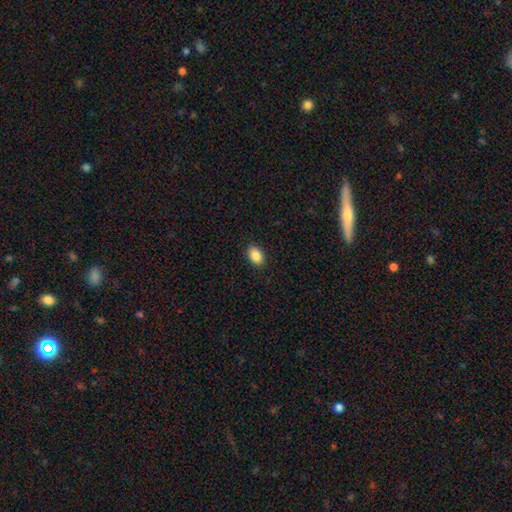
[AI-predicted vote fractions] Q: Smooth or featured?
A: smooth (87%); runner-up: star or artifact (8%)
Q: How rounded?
A: in between (83%); runner-up: round (16%)
Q: Merging?
A: none (89%); runner-up: minor disturbance (8%)